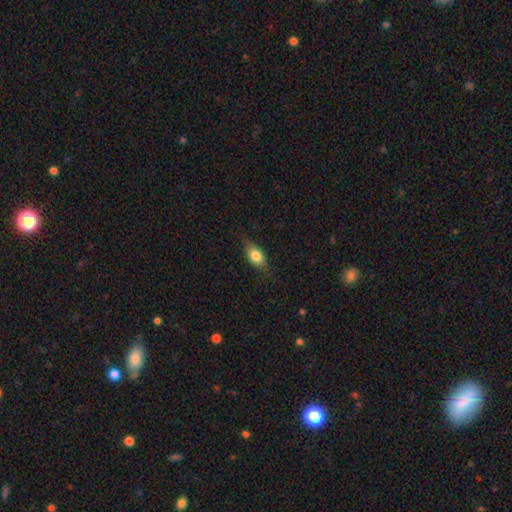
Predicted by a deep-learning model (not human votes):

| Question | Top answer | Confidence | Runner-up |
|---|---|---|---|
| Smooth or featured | smooth | 78% | featured or disk (14%) |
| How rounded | in between | 82% | round (10%) |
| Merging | none | 76% | minor disturbance (18%) |